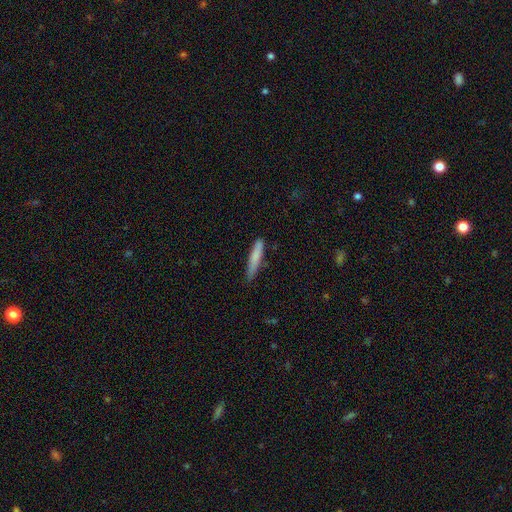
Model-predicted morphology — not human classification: This appears to be a smooth galaxy with no disk features (77%) that is cigar-shaped (92%). Merging: none (76%).